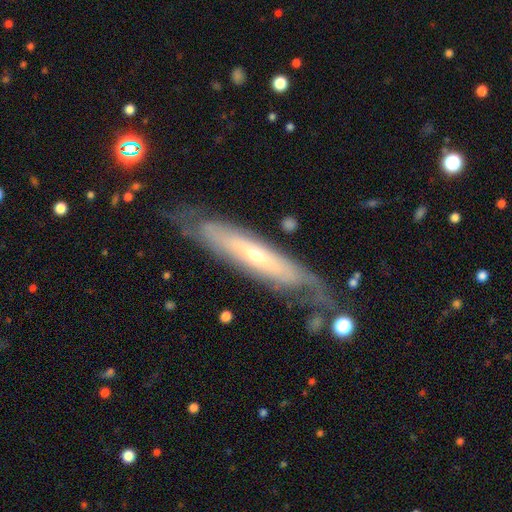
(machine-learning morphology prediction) A featured or disk galaxy (75%). Merging: none (67%).